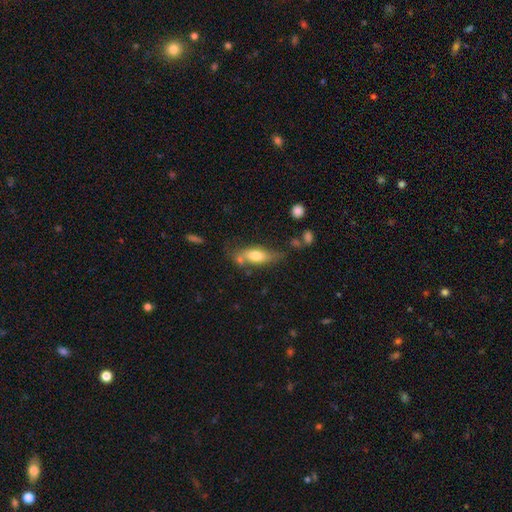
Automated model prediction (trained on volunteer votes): Smooth or featured?
  - smooth: 65% *
  - featured or disk: 28%
  - star or artifact: 7%
How rounded?
  - in between: 69% *
  - cigar-shaped: 28%
  - round: 4%
Merging?
  - none: 51% *
  - minor disturbance: 24%
  - merger: 15%
  - major disturbance: 10%